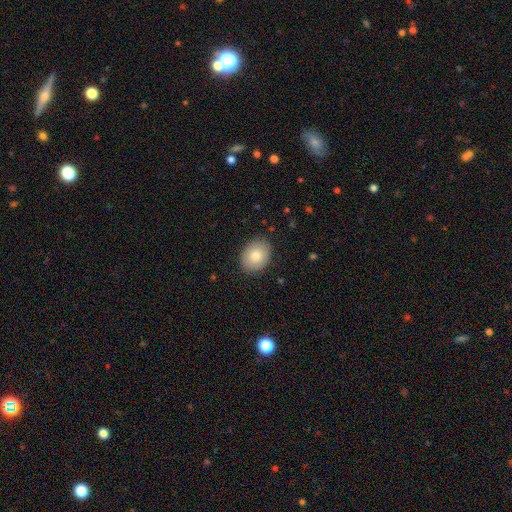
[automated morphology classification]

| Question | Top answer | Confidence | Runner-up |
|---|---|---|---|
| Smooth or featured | smooth | 81% | featured or disk (12%) |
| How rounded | in between | 61% | round (38%) |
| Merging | none | 87% | minor disturbance (9%) |